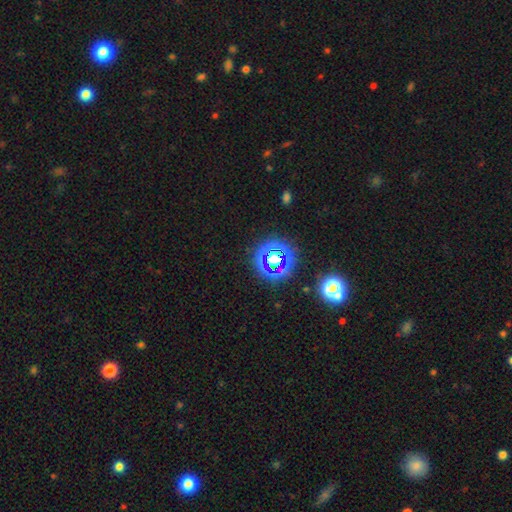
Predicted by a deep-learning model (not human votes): smooth-or-featured: star or artifact: 75% | smooth: 18% | featured or disk: 8%